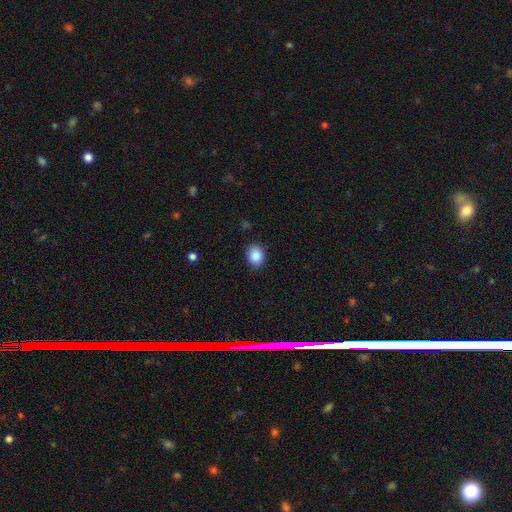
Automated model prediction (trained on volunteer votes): Smooth or featured? Predicted: smooth (p=0.88). How rounded? Predicted: in between (p=0.53). Merging? Predicted: none (p=0.86).